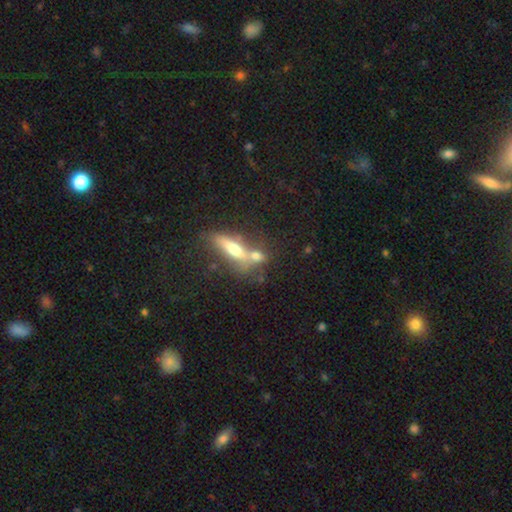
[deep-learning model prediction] smooth 57%, featured or disk 31%, star or artifact 12%. Down the decision tree: how rounded — in between (47%); merging — merger (44%).